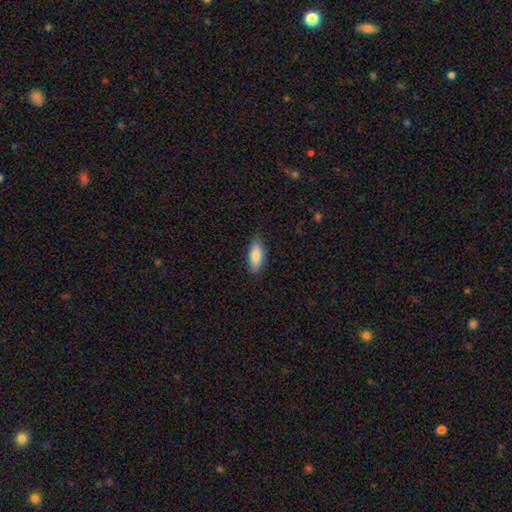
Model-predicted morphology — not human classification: type=smooth (85%); roundness=in between (83%); merging=none (80%).